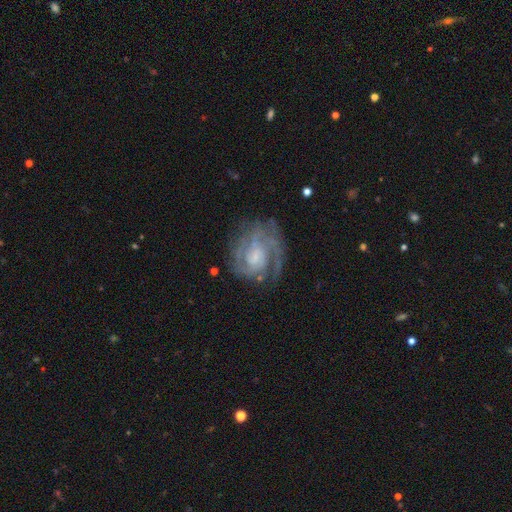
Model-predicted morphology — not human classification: smooth-or-featured: featured or disk: 85% | smooth: 9% | star or artifact: 6%
  disk-edge-on: no: 98% | yes: 2%
    bar: no: 55% | weak: 38% | strong: 7%
    has-spiral-arms: yes: 95% | no: 5%
      spiral-winding: tight: 56% | medium: 35% | loose: 8%
      spiral-arm-count: 2: 34% | can't tell: 26% | 3: 21% | 1: 8% | 4: 6% | more than 4: 5%
    bulge-size: small: 46% | moderate: 25% | none: 22% | large: 5% | dominant: 1%
  merging: none: 66% | minor disturbance: 19% | major disturbance: 14% | merger: 2%